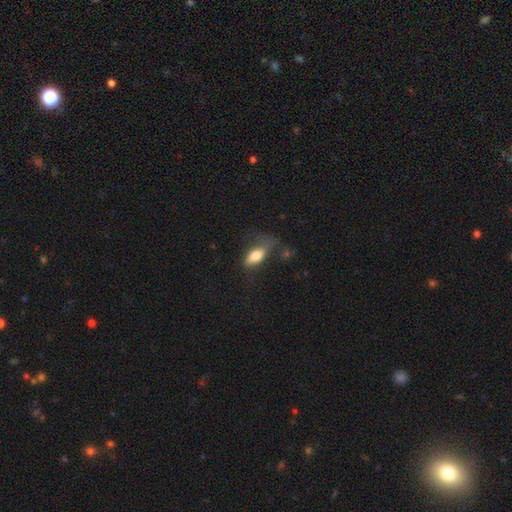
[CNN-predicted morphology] Smooth or featured? smooth (75%)
How rounded? in between (82%)
Merging? none (37%)